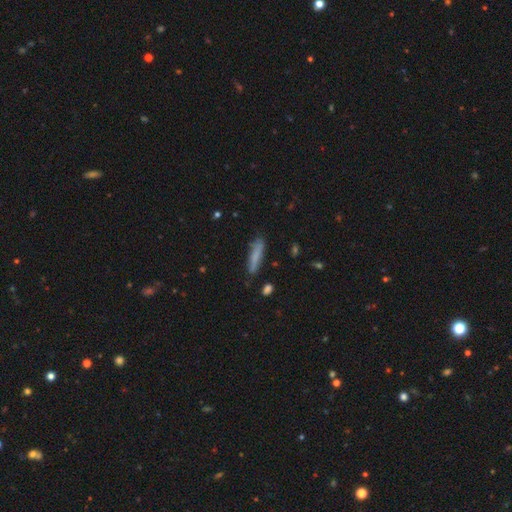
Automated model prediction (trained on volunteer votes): smooth 78%, featured or disk 15%, star or artifact 7%. Down the decision tree: how rounded — cigar-shaped (87%); merging — none (81%).